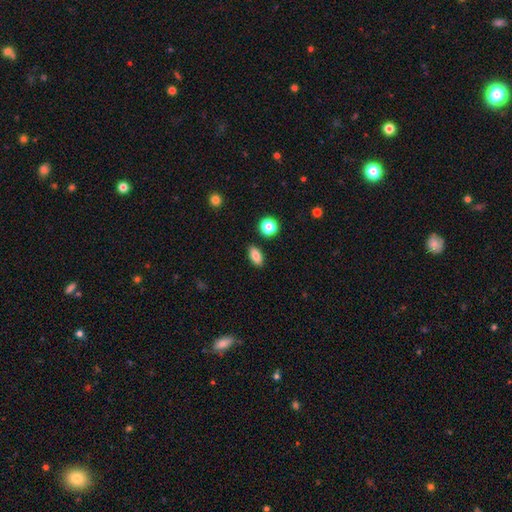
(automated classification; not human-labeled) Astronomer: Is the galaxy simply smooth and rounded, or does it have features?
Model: smooth — 82%.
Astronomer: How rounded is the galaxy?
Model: in between — 86%.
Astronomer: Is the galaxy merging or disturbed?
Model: none — 88%.